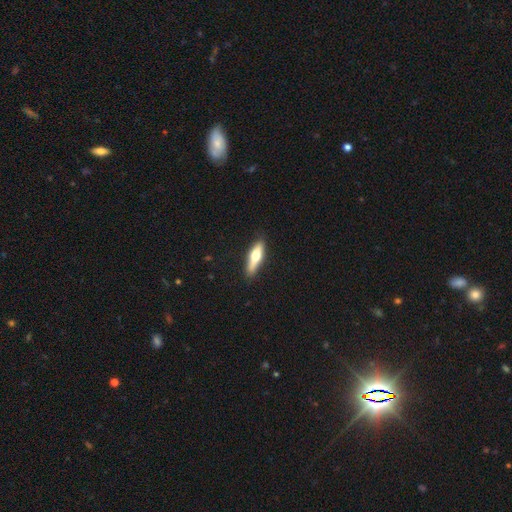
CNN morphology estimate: Smooth or featured: smooth — 49% (featured or disk — 45%)
Merging: none — 88% (minor disturbance — 9%)